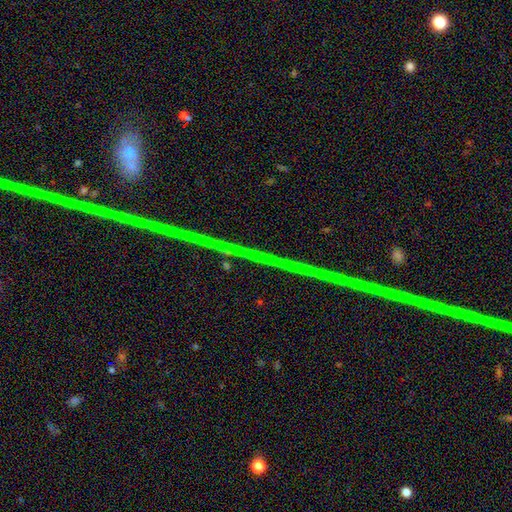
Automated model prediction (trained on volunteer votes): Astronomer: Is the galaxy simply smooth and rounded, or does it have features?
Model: star or artifact — 77%.